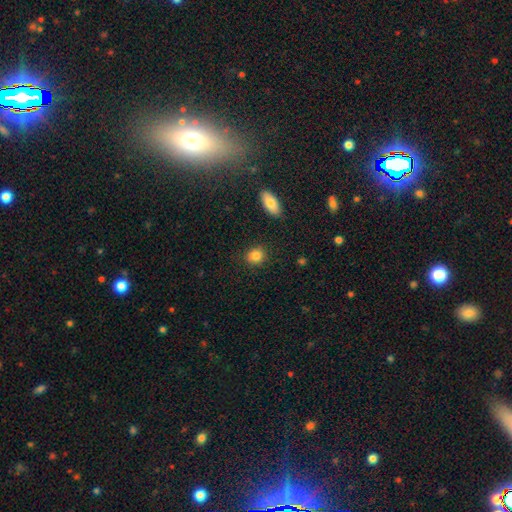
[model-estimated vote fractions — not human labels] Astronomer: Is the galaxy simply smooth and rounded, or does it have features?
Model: smooth — 85%.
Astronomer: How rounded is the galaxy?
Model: round — 70%.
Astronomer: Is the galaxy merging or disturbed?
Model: none — 87%.